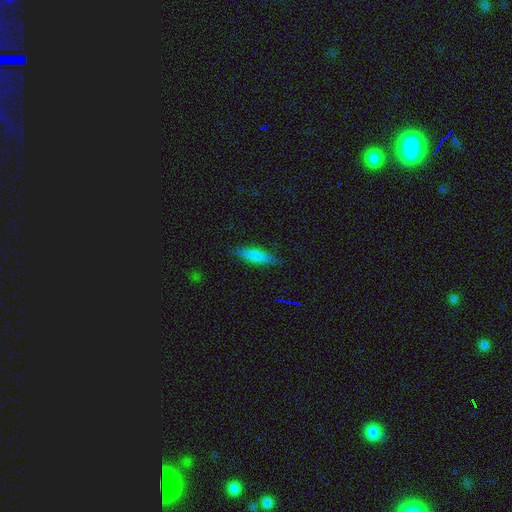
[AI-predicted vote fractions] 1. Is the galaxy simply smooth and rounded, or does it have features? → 78% smooth, 14% featured or disk, 8% star or artifact.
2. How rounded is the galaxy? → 52% cigar-shaped, 46% in between, 2% round.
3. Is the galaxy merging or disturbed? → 81% none, 15% minor disturbance, 3% major disturbance, 1% merger.